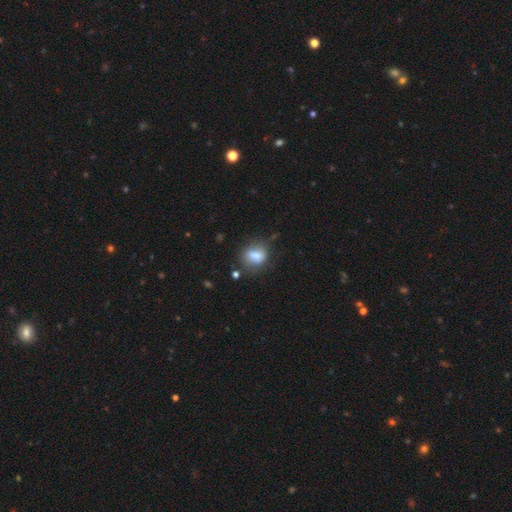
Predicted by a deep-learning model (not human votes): Morphology: type=smooth (77%); roundness=in between (51%); merging=none (61%).